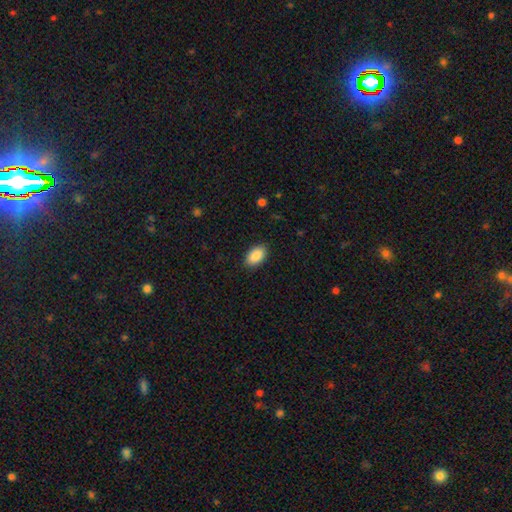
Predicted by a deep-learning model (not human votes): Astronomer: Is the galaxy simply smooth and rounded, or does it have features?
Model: smooth — 89%.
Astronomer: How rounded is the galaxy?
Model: in between — 94%.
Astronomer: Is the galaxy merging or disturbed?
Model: none — 89%.